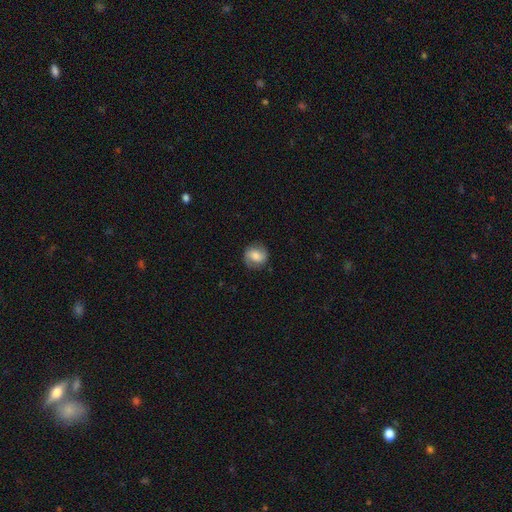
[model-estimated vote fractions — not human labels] The model was most divided on "smooth or featured": smooth: 58%, featured or disk: 33%, star or artifact: 8%. More confident: merging — none (82%); how rounded — round (78%).